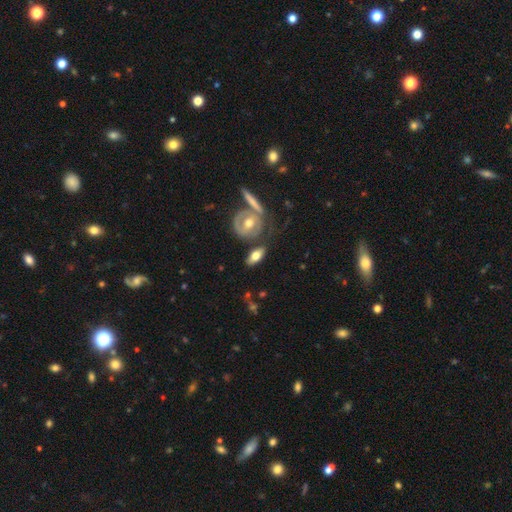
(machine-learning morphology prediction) smooth-or-featured: smooth: 59% | featured or disk: 35% | star or artifact: 6%
  how-rounded: in between: 77% | cigar-shaped: 14% | round: 8%
  merging: none: 66% | minor disturbance: 15% | merger: 13% | major disturbance: 5%